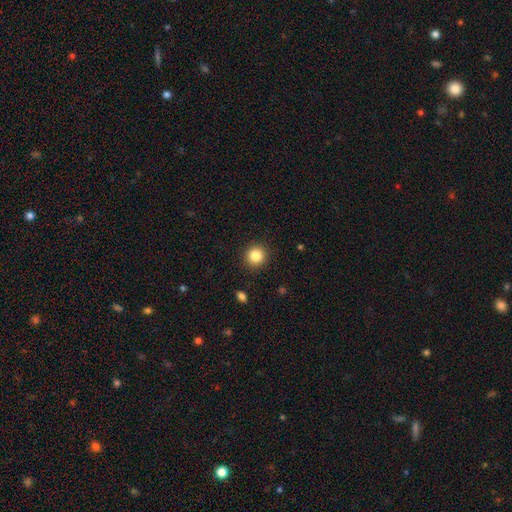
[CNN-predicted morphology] smooth_or_featured: smooth (p=0.84) [alt: star or artifact p=0.10]
how_rounded: round (p=0.92) [alt: in between p=0.07]
merging: none (p=0.91) [alt: minor disturbance p=0.06]